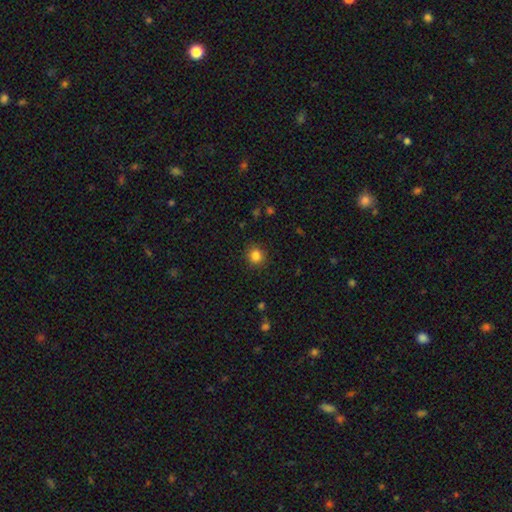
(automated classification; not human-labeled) Smooth or featured? smooth (84%)
How rounded? round (90%)
Merging? none (90%)